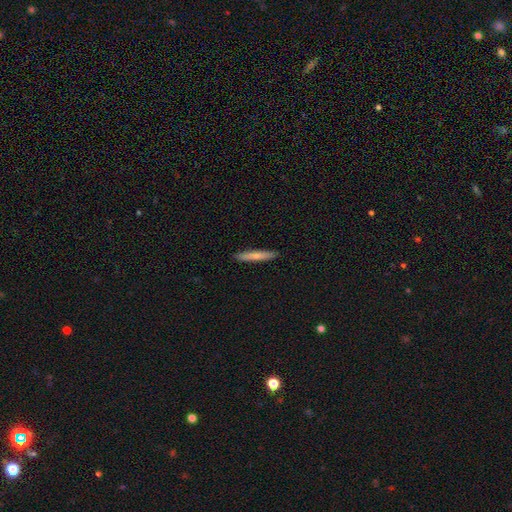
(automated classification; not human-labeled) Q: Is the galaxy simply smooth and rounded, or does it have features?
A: smooth — 67%.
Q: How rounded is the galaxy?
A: cigar-shaped — 94%.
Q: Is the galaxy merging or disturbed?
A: none — 91%.